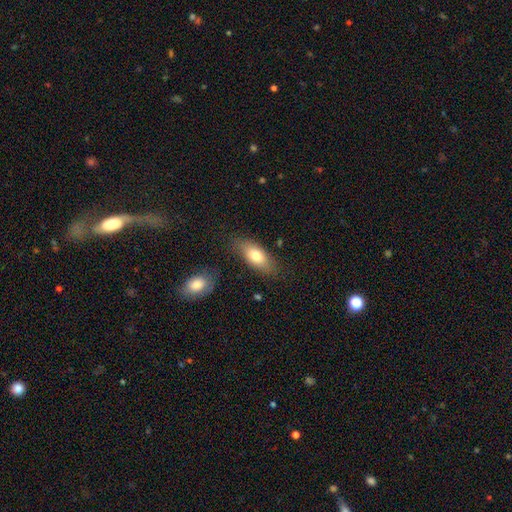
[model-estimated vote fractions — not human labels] smooth_or_featured: smooth (p=0.76) [alt: featured or disk p=0.18]
how_rounded: in between (p=0.84) [alt: cigar-shaped p=0.13]
merging: none (p=0.78) [alt: minor disturbance p=0.15]